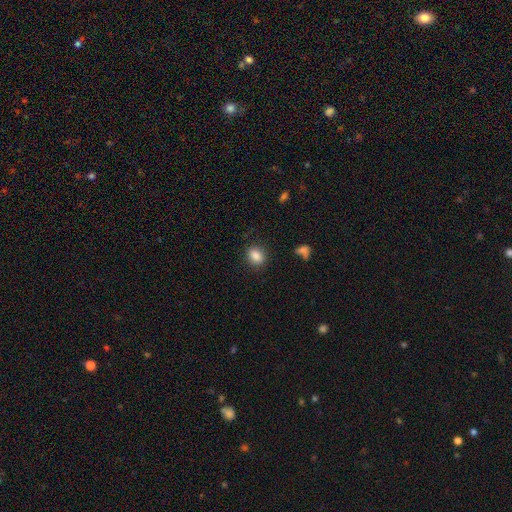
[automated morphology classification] type=smooth (86%); roundness=in between (59%); merging=none (84%).